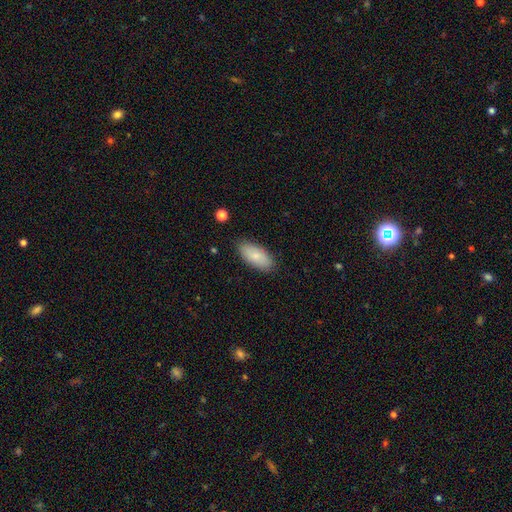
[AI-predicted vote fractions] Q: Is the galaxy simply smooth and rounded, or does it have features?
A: smooth — 83%.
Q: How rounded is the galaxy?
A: in between — 90%.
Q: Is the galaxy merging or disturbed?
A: none — 85%.